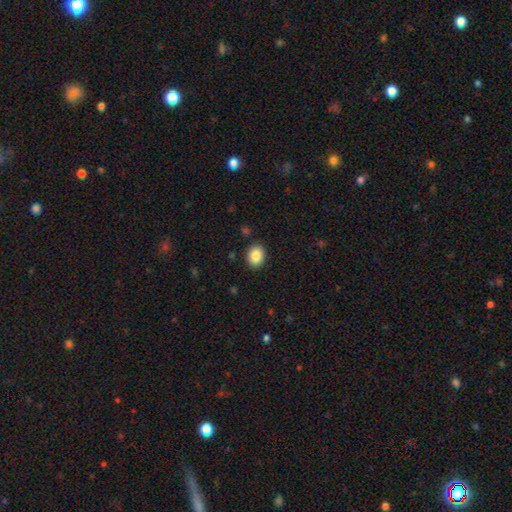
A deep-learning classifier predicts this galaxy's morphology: Smooth or featured? smooth (87%)
How rounded? in between (56%)
Merging? none (89%)